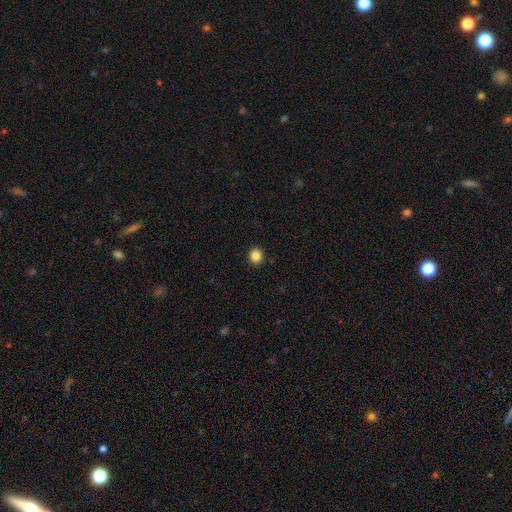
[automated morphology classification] Smooth or featured: smooth — 86% (star or artifact — 11%)
How rounded: round — 89% (in between — 11%)
Merging: none — 93% (minor disturbance — 5%)